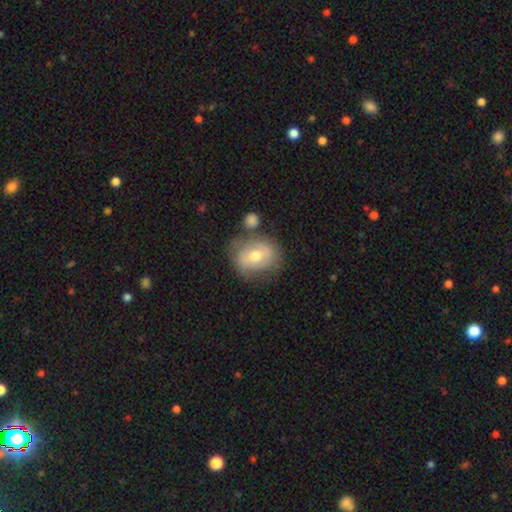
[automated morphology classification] A smooth galaxy with no disk features (50%).

Vote fractions:
- Smooth or featured? smooth: 50% / featured or disk: 42% / star or artifact: 8%
- Merging? none: 58% / minor disturbance: 22% / merger: 11% / major disturbance: 9%